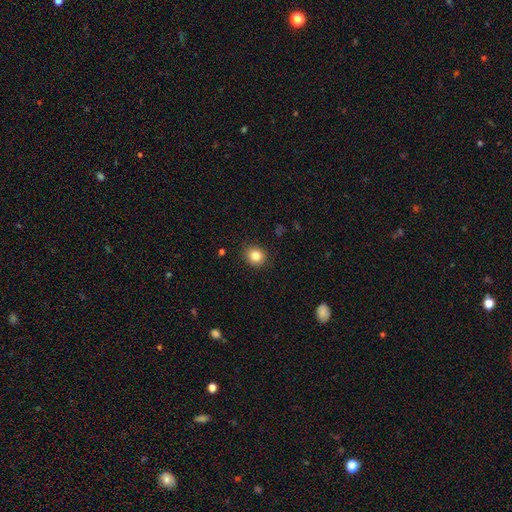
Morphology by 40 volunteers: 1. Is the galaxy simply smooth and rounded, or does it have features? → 88% smooth, 8% star or artifact, 5% featured or disk.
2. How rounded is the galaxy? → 77% round, 23% in between, 0% cigar-shaped.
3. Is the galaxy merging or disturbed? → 89% none, 8% minor disturbance, 3% merger, 0% major disturbance.